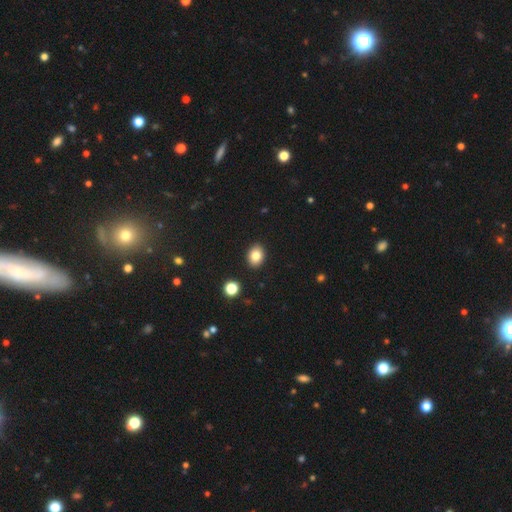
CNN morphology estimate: This is clearly a smooth galaxy (82%). How rounded: likely in between (61%). Merging: clearly none (90%).